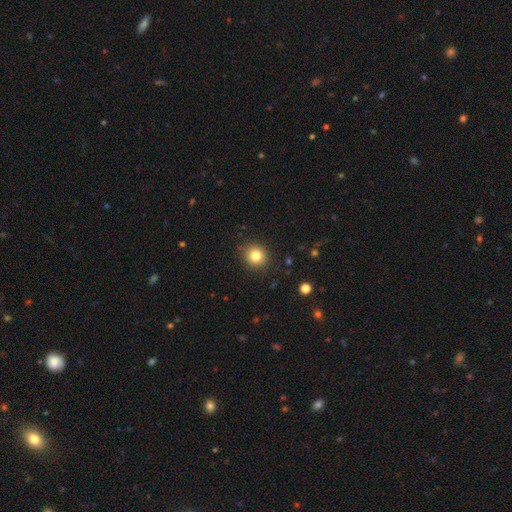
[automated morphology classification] This appears to be a smooth galaxy with no disk features (81%) that is round (89%). Merging: none (90%).